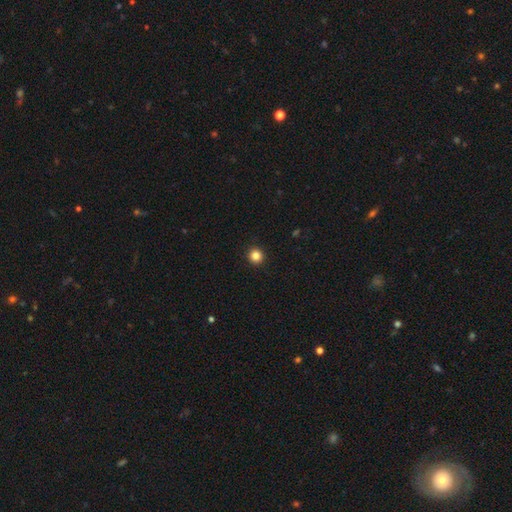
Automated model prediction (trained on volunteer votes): Smooth or featured? smooth (84%)
How rounded? round (96%)
Merging? none (94%)